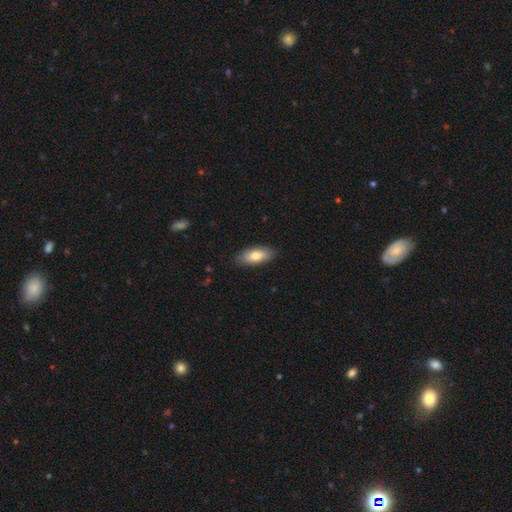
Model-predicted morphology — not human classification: A smooth galaxy with no disk features (79%) that is in between round and cigar-shaped (84%). Merging: none (86%).